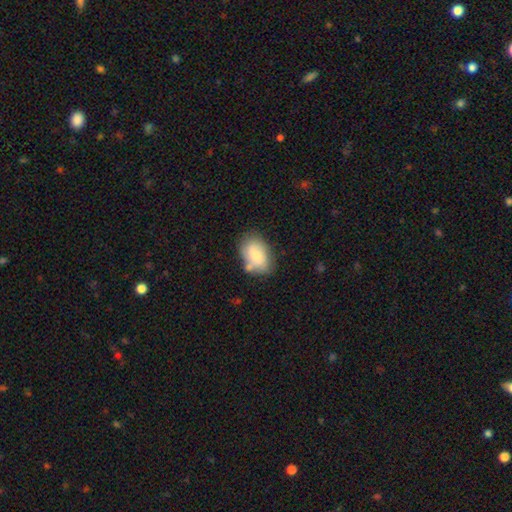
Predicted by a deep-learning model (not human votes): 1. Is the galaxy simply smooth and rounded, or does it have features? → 65% smooth, 28% featured or disk, 7% star or artifact.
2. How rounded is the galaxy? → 86% in between, 13% round, 1% cigar-shaped.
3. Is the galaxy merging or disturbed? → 58% none, 23% minor disturbance, 11% merger, 7% major disturbance.